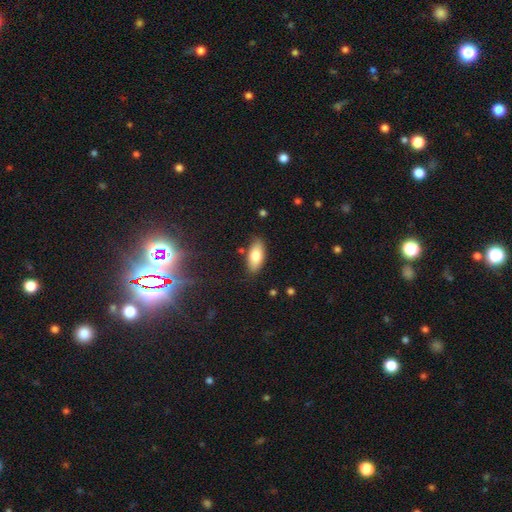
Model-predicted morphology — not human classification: Smooth or featured? smooth (79%)
How rounded? in between (88%)
Merging? none (83%)